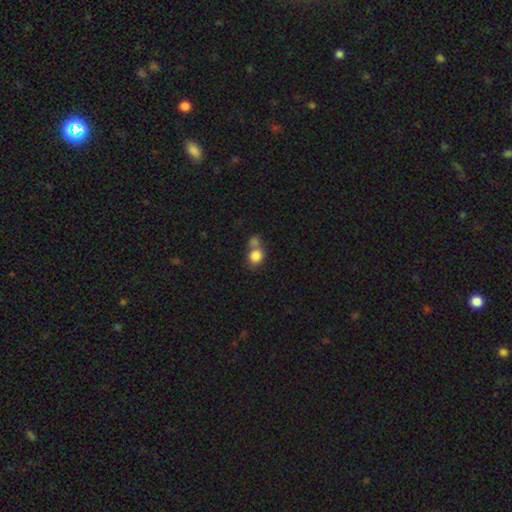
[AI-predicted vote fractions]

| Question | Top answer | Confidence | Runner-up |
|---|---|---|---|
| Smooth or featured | smooth | 83% | star or artifact (10%) |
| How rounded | round | 71% | in between (28%) |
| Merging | merger | 47% | none (39%) |